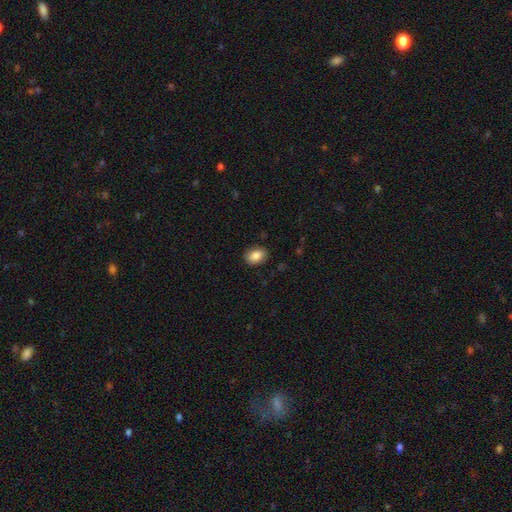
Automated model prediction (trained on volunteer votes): The model was most divided on "how rounded": in between: 76%, round: 23%, cigar-shaped: 1%. More confident: smooth or featured — smooth (87%); merging — none (87%).